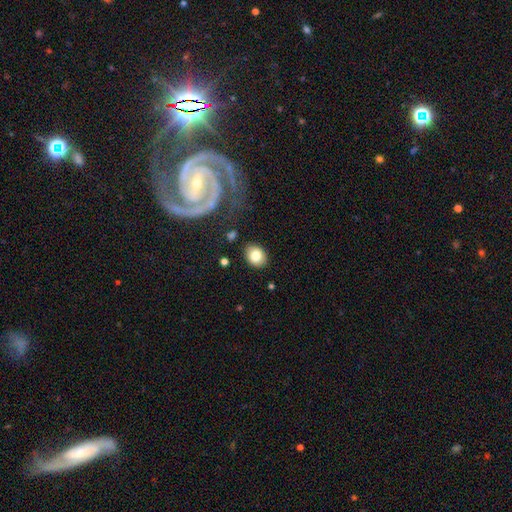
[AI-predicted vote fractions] smooth_or_featured: smooth (p=0.80) [alt: featured or disk p=0.11]
how_rounded: in between (p=0.55) [alt: round p=0.44]
merging: none (p=0.86) [alt: minor disturbance p=0.09]